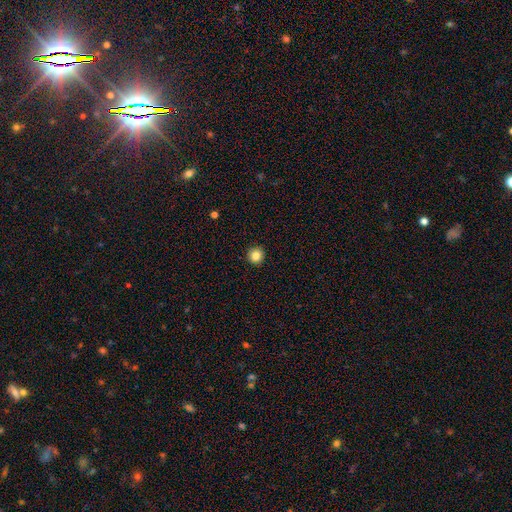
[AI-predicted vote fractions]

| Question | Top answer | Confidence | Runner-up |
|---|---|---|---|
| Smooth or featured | smooth | 85% | star or artifact (10%) |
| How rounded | round | 94% | in between (5%) |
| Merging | none | 93% | minor disturbance (4%) |